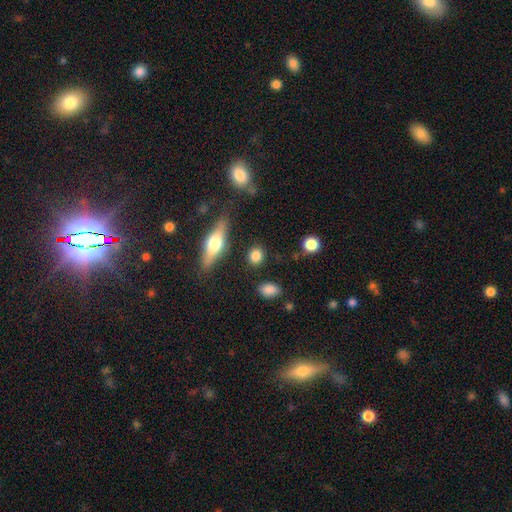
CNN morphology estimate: type=smooth (81%); roundness=round (71%); merging=none (84%).